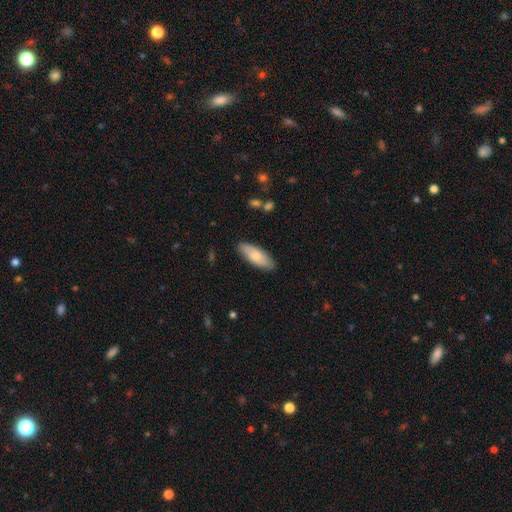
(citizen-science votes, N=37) Volunteers were most divided on "smooth or featured": smooth: 73%, featured or disk: 27%, star or artifact: 0%. More confident: merging — none (97%); how rounded — in between (78%).